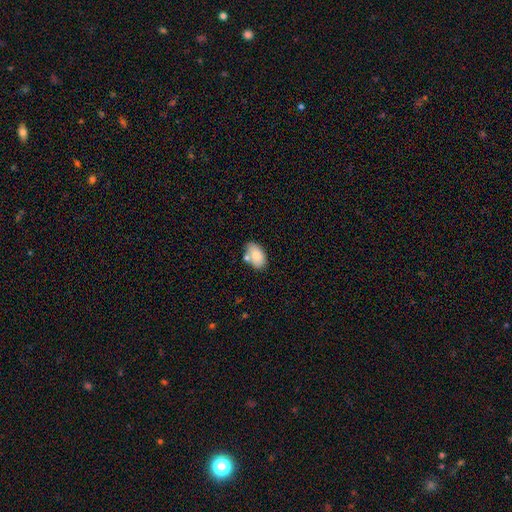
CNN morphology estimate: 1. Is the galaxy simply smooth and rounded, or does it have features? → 83% smooth, 10% featured or disk, 7% star or artifact.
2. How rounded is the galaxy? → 93% in between, 6% round, 1% cigar-shaped.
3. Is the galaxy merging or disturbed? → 64% none, 17% minor disturbance, 14% merger, 4% major disturbance.